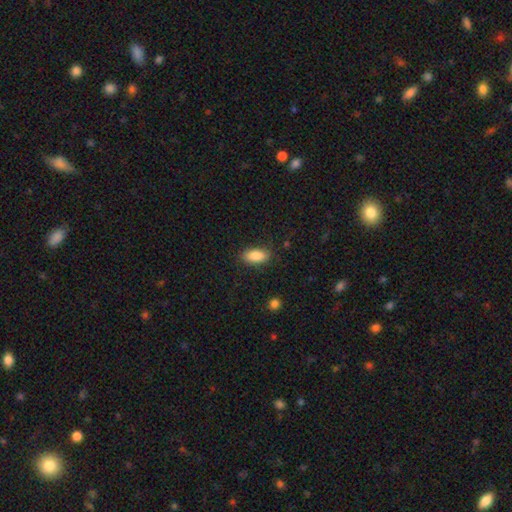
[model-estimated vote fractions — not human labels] Smooth or featured? smooth (85%)
How rounded? in between (89%)
Merging? none (85%)